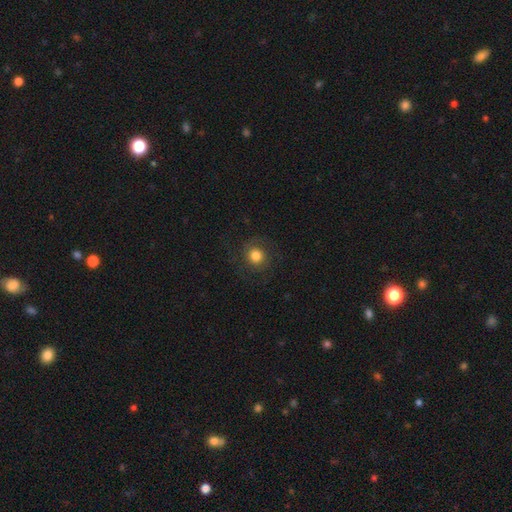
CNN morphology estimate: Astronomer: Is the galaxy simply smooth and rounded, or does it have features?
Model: smooth — 78%.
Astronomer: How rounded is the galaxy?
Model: round — 92%.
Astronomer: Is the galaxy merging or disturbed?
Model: none — 82%.